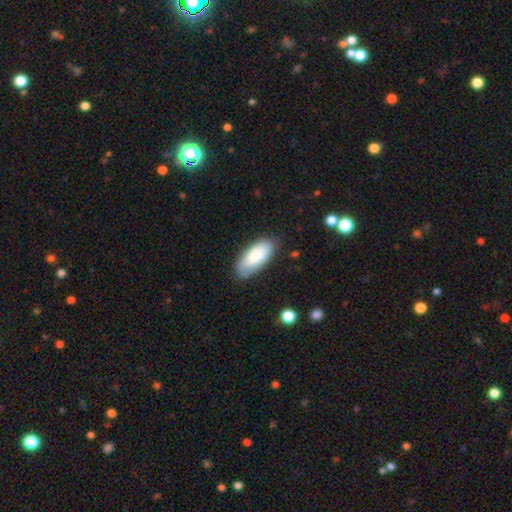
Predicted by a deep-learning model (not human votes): Smooth or featured? Predicted: smooth (p=0.77). How rounded? Predicted: in between (p=0.89). Merging? Predicted: none (p=0.77).